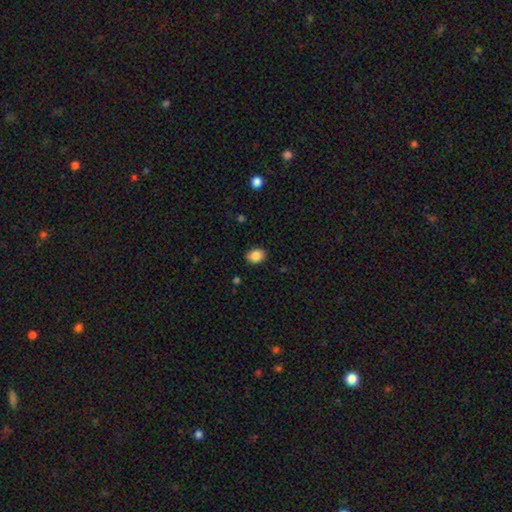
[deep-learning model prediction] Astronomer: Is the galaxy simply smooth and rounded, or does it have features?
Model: smooth — 88%.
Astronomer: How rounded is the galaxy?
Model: in between — 60% (runner-up: round, 39%).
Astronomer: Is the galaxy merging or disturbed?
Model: none — 88%.